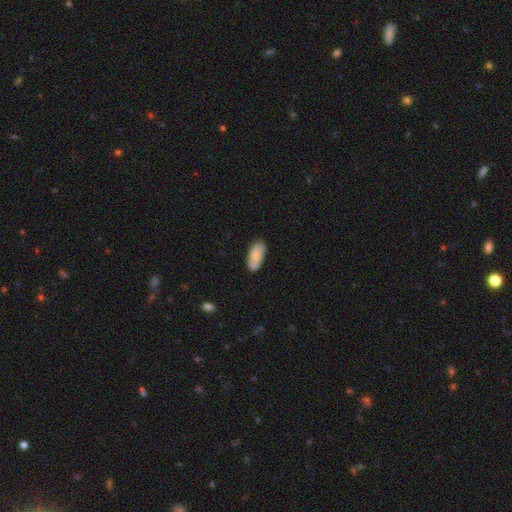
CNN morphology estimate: smooth 79%, featured or disk 15%, star or artifact 6%. Down the decision tree: how rounded — in between (90%); merging — none (79%).